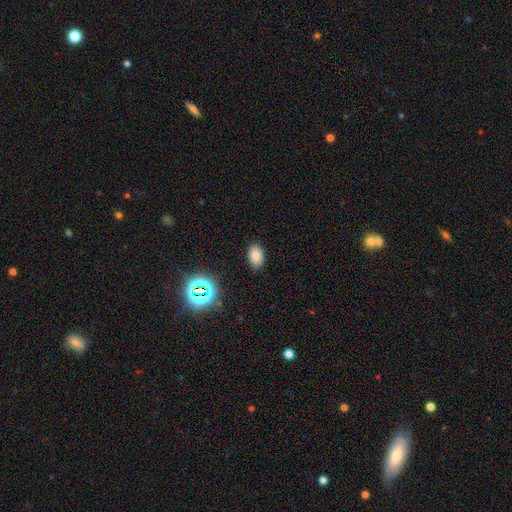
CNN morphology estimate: Smooth or featured? Predicted: smooth (p=0.77). How rounded? Predicted: in between (p=0.89). Merging? Predicted: none (p=0.87).